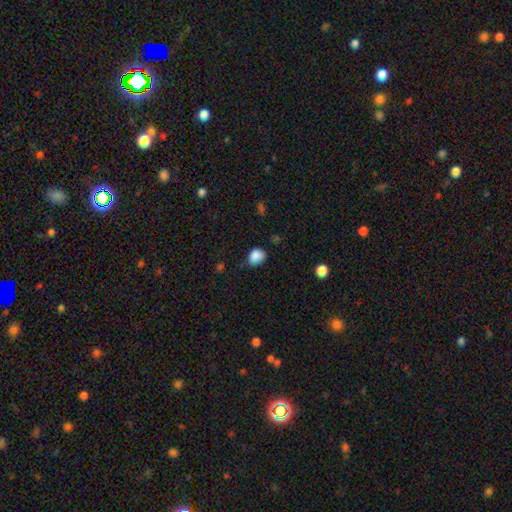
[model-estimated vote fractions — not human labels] smooth_or_featured: smooth (p=0.87) [alt: star or artifact p=0.09]
how_rounded: in between (p=0.58) [alt: round p=0.41]
merging: none (p=0.65) [alt: minor disturbance p=0.28]